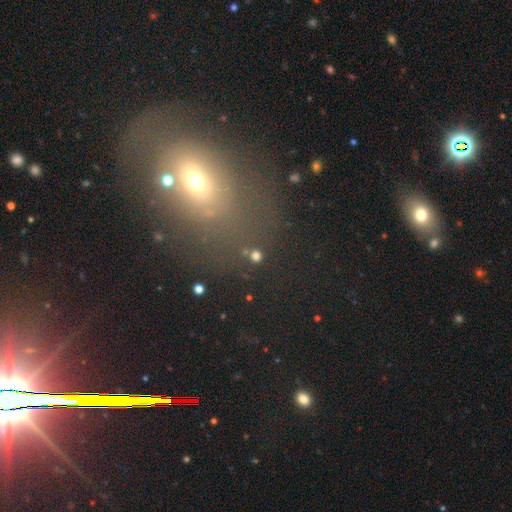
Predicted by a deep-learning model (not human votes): Smooth or featured? Predicted: smooth (p=0.71). How rounded? Predicted: round (p=0.92). Merging? Predicted: none (p=0.83).